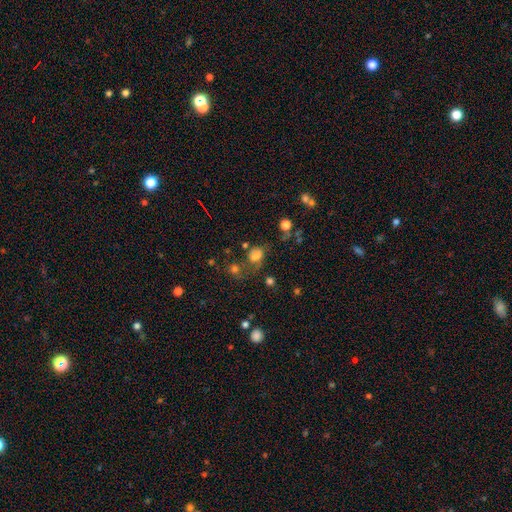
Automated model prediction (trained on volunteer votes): A smooth galaxy with no disk features (65%) that is in between round and cigar-shaped (60%). Merging: none (37%).